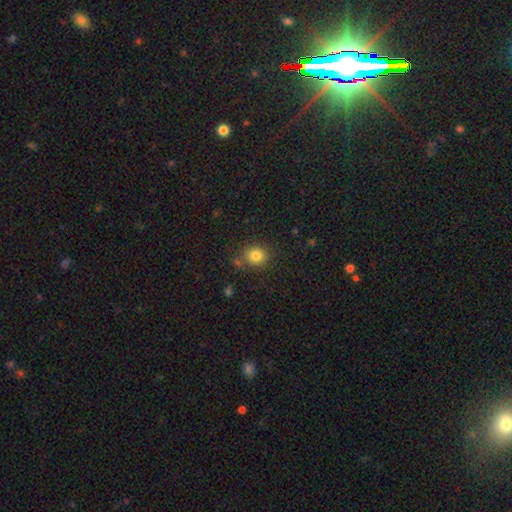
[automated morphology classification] Smooth or featured? smooth (82%)
How rounded? round (73%)
Merging? none (76%)